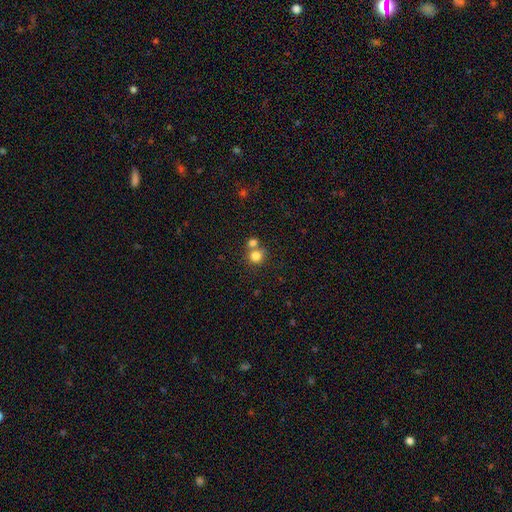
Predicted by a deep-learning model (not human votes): A smooth galaxy with no disk features (81%) that is round (83%). Merging: none (50%).